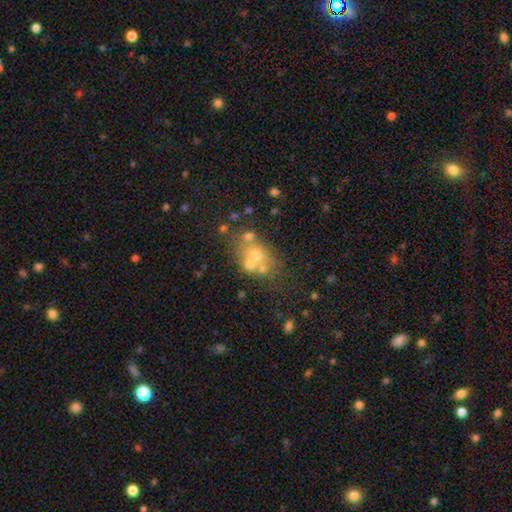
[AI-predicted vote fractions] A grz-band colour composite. It shows a smooth galaxy with no disk features (44%). Merging: none (41%, tied with merger).